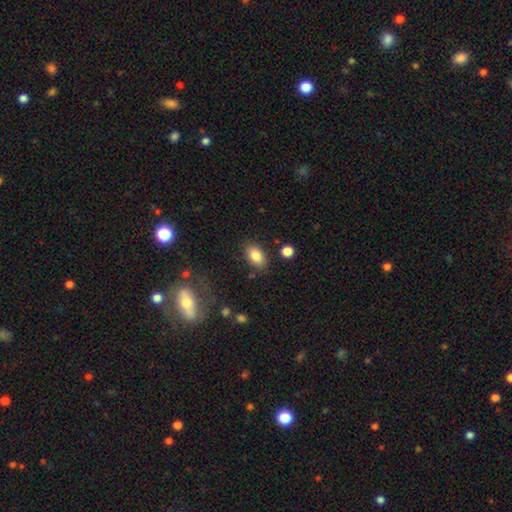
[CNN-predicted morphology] smooth-or-featured: smooth: 85% | star or artifact: 8% | featured or disk: 7%
  how-rounded: in between: 90% | round: 8% | cigar-shaped: 2%
  merging: none: 83% | minor disturbance: 11% | major disturbance: 3% | merger: 3%